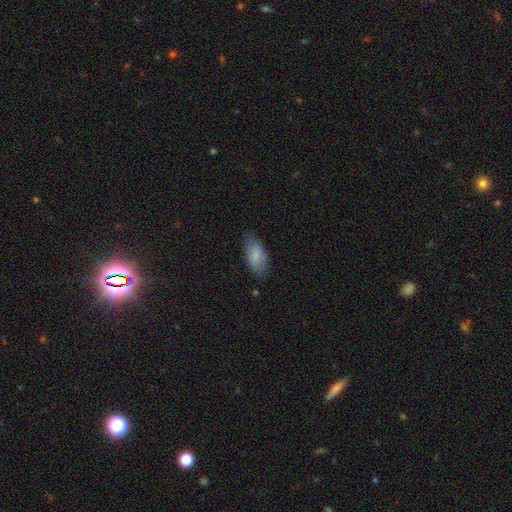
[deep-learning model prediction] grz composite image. It shows a smooth galaxy with no disk features (82%) that is in between round and cigar-shaped (91%). Merging: none (76%).